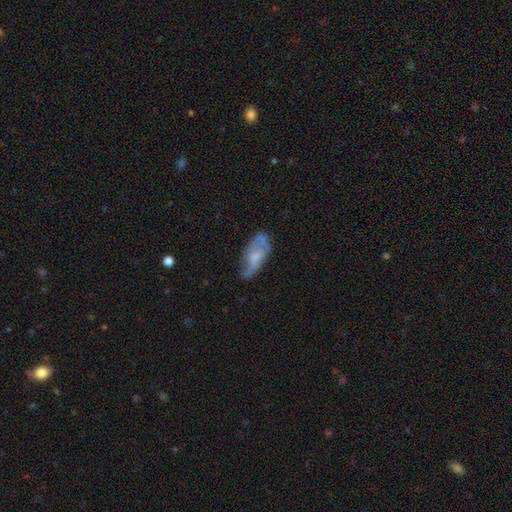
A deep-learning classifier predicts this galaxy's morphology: smooth_or_featured: featured or disk (p=0.49) [alt: smooth p=0.43]
merging: none (p=0.50) [alt: minor disturbance p=0.30]